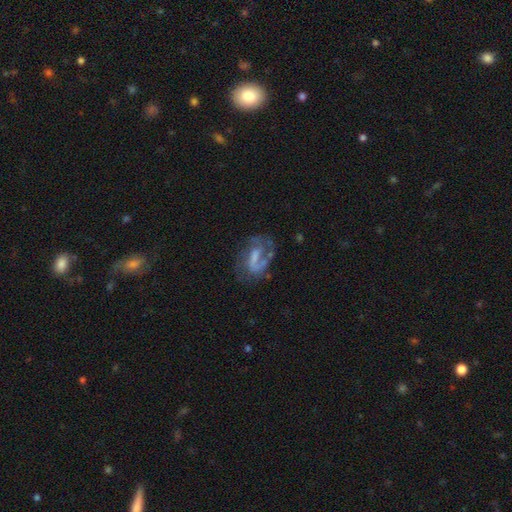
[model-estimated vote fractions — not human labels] Overall: featured or disk (69%). Edge-on disk: no (95%). Bar: weak (39%; no 32%). Spiral arms: yes (77%). Spiral arm count: 2 (40%; 1 37%). Spiral winding: medium (41%; tight 31%). Bulge size: none (44%; small 25%). Merging: none (51%; major disturbance 25%).